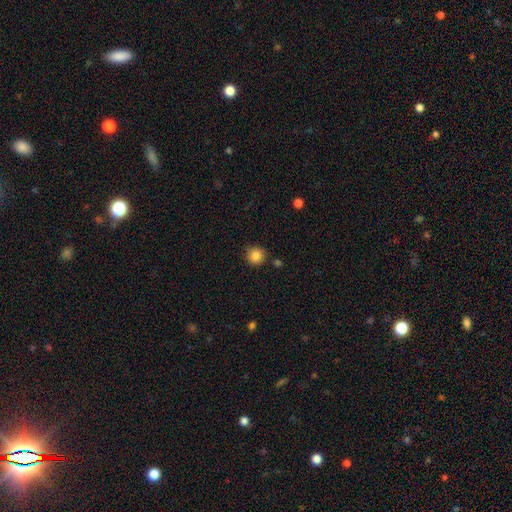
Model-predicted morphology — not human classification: Smooth or featured: smooth — 85% (star or artifact — 10%)
How rounded: round — 93% (in between — 6%)
Merging: none — 84% (minor disturbance — 10%)